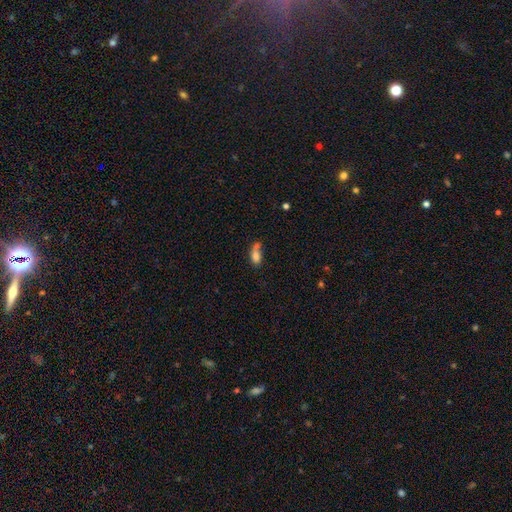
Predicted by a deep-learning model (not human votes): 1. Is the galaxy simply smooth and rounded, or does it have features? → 77% smooth, 13% featured or disk, 10% star or artifact.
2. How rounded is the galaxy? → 82% in between, 10% round, 8% cigar-shaped.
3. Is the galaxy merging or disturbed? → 43% merger, 31% none, 16% minor disturbance, 9% major disturbance.